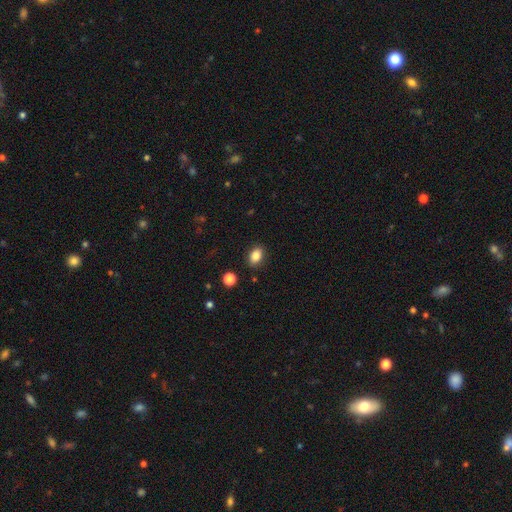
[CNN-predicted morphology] Q: Smooth or featured?
A: smooth (85%); runner-up: star or artifact (9%)
Q: How rounded?
A: in between (81%); runner-up: round (17%)
Q: Merging?
A: none (87%); runner-up: minor disturbance (9%)